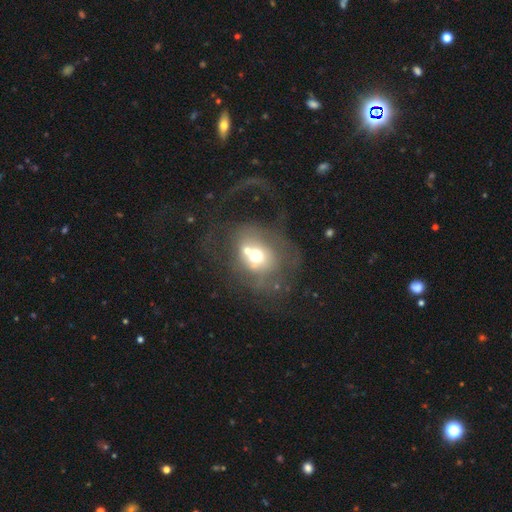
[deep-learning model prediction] Q: Smooth or featured?
A: smooth (44%); runner-up: featured or disk (42%)
Q: Merging?
A: merger (29%); tied with: none (29%)